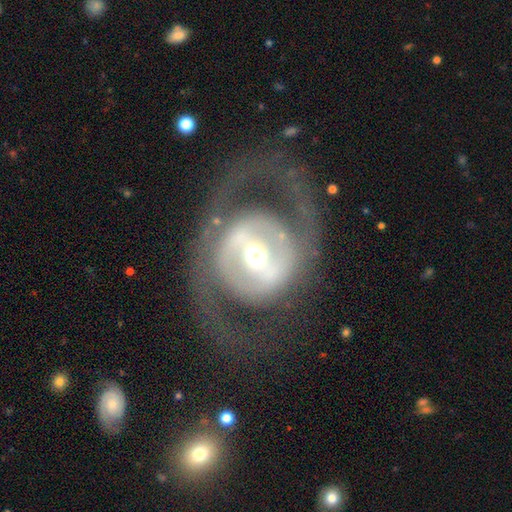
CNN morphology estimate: type=featured or disk (72%); edge-on=no (95%); bar=no (36%); spiral arms=no (50%, tied with yes); bulge=moderate (64%); merging=none (61%).